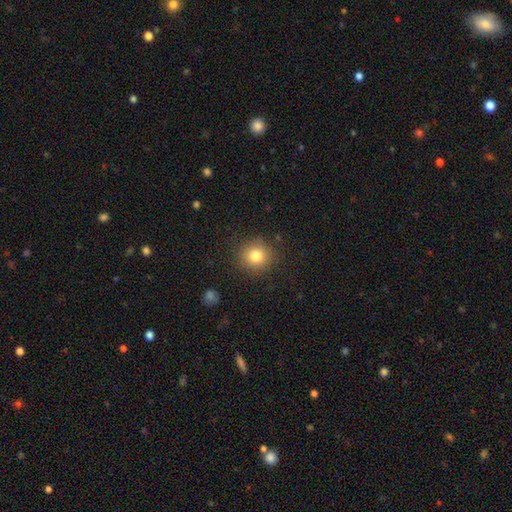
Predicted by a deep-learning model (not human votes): Smooth or featured? Predicted: smooth (p=0.82). How rounded? Predicted: round (p=0.90). Merging? Predicted: none (p=0.88).